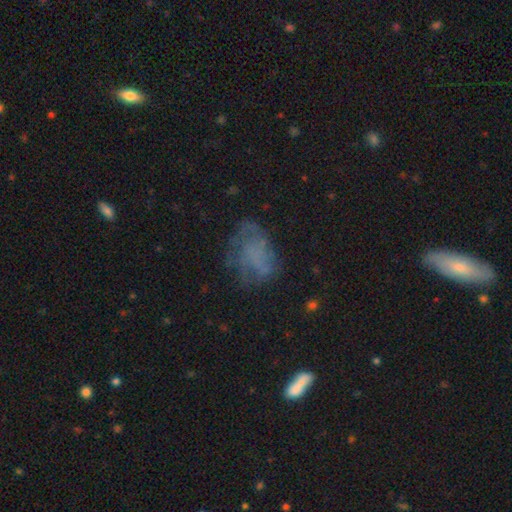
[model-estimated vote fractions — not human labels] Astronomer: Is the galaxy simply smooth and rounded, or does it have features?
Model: featured or disk — 42% (runner-up: smooth, 40%).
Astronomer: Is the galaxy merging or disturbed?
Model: none — 49% (runner-up: major disturbance, 25%).